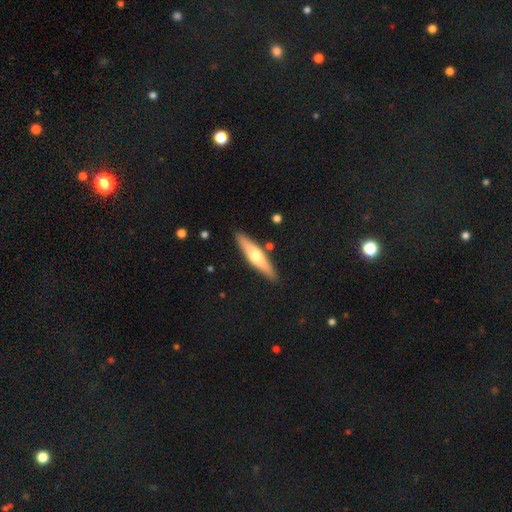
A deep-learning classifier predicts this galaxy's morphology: Overall: featured or disk (48%; smooth 47%). Merging: none (87%).